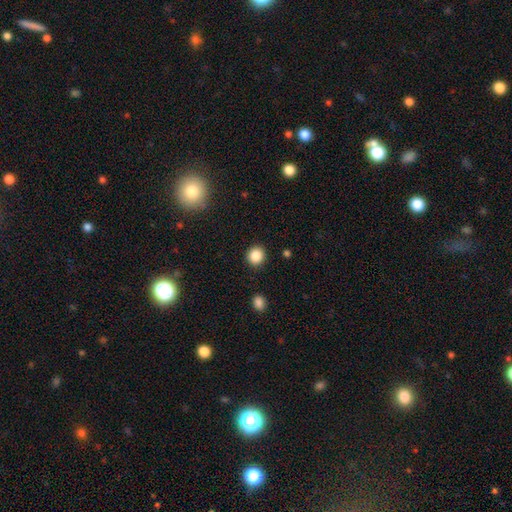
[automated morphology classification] Overall: smooth (87%). How rounded: round (89%). Merging: none (90%).